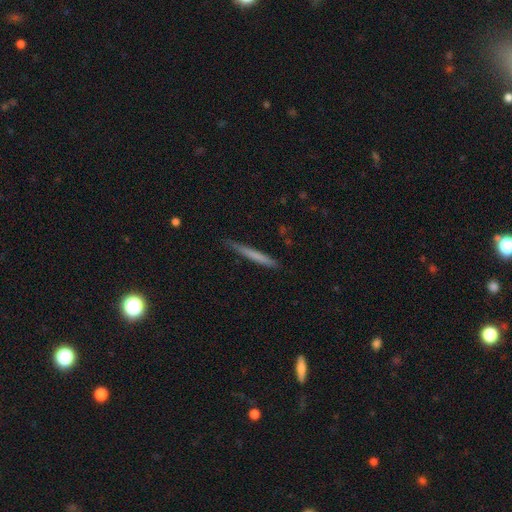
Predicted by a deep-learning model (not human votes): Smooth or featured? smooth (64%)
How rounded? cigar-shaped (97%)
Merging? none (82%)